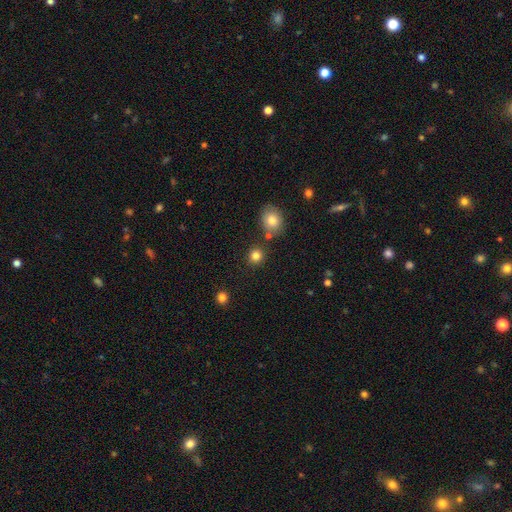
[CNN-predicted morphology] This appears to be a smooth galaxy with no disk features (82%) that is round (89%). Merging: none (83%).